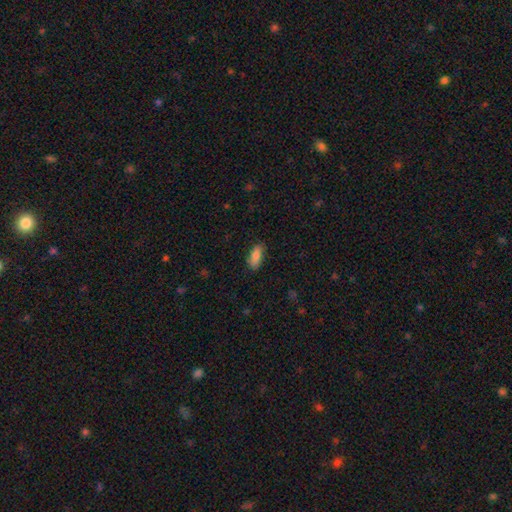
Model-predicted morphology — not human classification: A smooth galaxy with no disk features (83%) that is in between round and cigar-shaped (84%). Merging: none (81%).